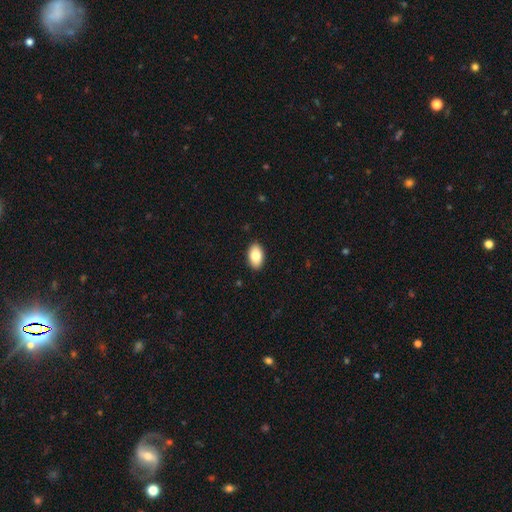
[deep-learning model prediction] This appears to be a smooth galaxy with no disk features (83%) that is in between round and cigar-shaped (93%). Merging: none (90%).